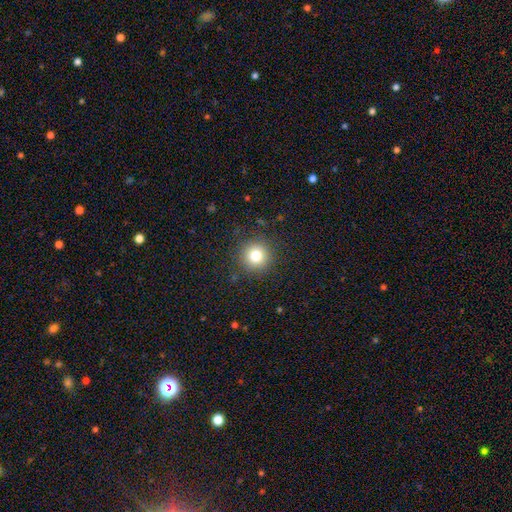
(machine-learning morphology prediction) type=smooth (79%); roundness=round (95%); merging=none (90%).